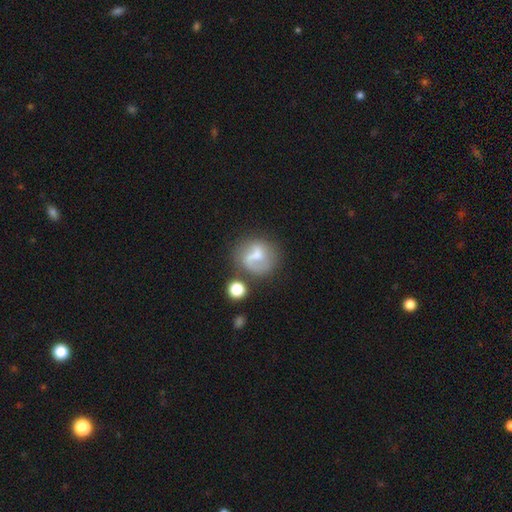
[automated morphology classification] Smooth or featured? featured or disk (52%)
Edge-on disk? no (97%)
Bar? weak (46%)
Spiral arms? yes (73%)
Bulge size? none (31%)
Merging? none (52%)